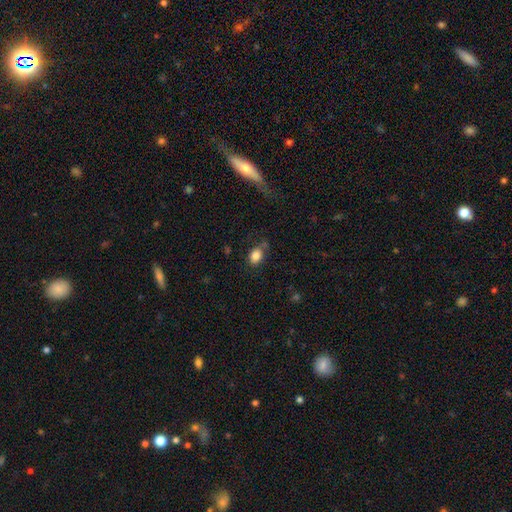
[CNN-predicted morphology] This appears to be a smooth galaxy with no disk features (84%) that is in between round and cigar-shaped (70%). Merging: none (69%).